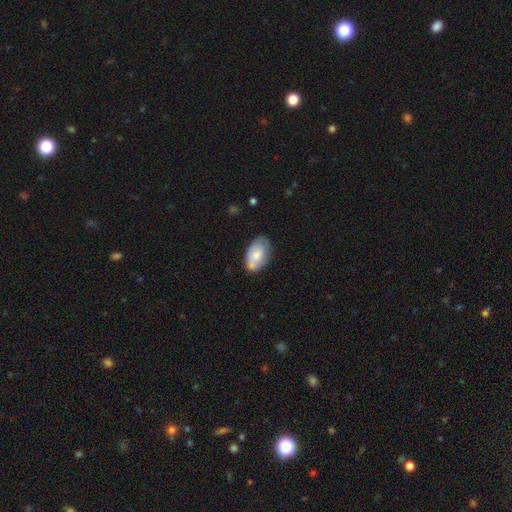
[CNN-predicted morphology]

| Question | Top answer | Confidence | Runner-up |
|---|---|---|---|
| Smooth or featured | smooth | 70% | featured or disk (24%) |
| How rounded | in between | 92% | round (7%) |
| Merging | none | 59% | minor disturbance (26%) |